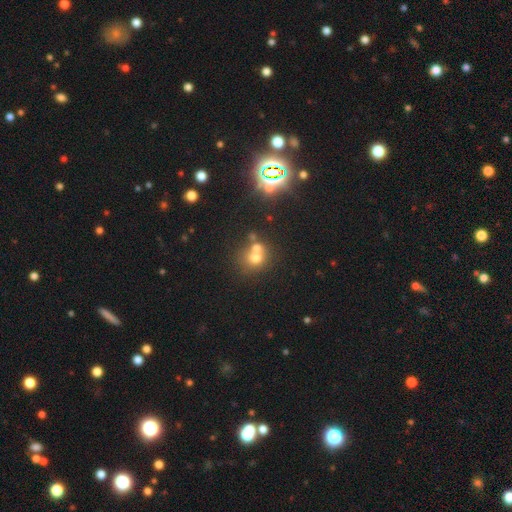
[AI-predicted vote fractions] A smooth galaxy with no disk features (65%) that is round (78%).

Vote fractions:
- Smooth or featured? smooth: 65% / featured or disk: 18% / star or artifact: 17%
- How rounded? round: 78% / in between: 21% / cigar-shaped: 1%
- Merging? merger: 51% / none: 37% / minor disturbance: 8% / major disturbance: 4%